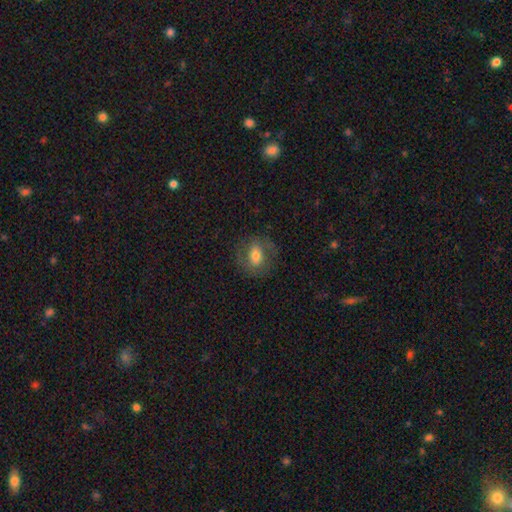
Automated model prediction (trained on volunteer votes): A smooth galaxy with no disk features (56%) that is in between round and cigar-shaped (57%).

Vote fractions:
- Smooth or featured? smooth: 56% / featured or disk: 36% / star or artifact: 9%
- How rounded? in between: 57% / round: 41% / cigar-shaped: 2%
- Merging? none: 75% / minor disturbance: 15% / major disturbance: 9% / merger: 1%